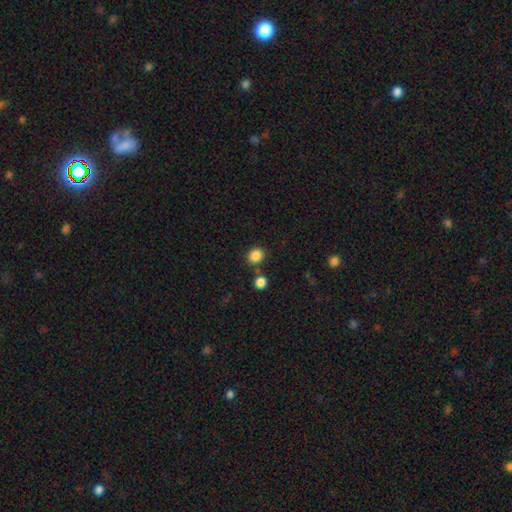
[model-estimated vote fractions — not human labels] Morphology: type=smooth (86%); roundness=round (80%); merging=none (76%).